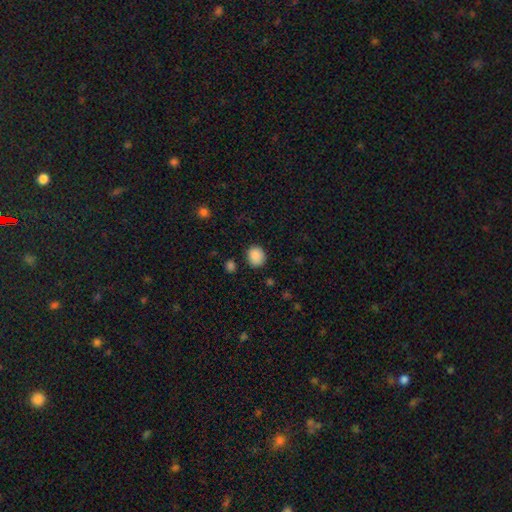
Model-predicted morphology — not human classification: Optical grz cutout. It shows a smooth galaxy with no disk features (88%) that is round (72%). Merging: none (83%).